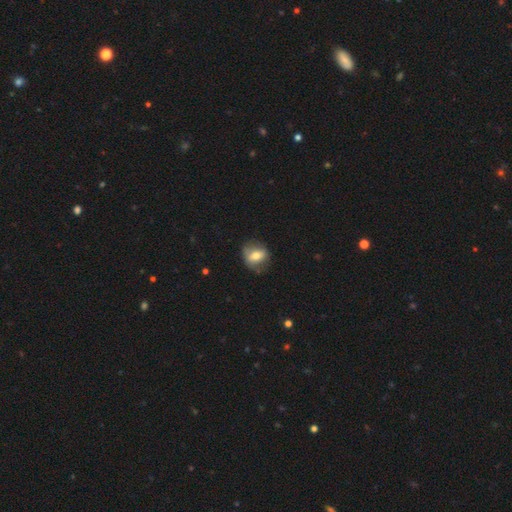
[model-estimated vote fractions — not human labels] The model was most divided on "how rounded": round: 52%, in between: 46%, cigar-shaped: 2%. More confident: merging — none (70%); smooth or featured — smooth (60%).